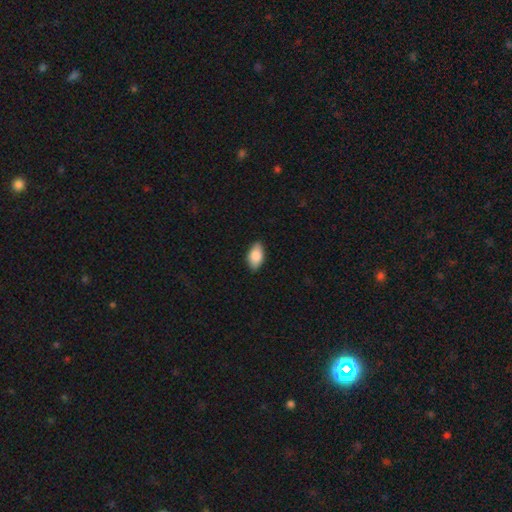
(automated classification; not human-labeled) Smooth or featured: smooth — 84% (featured or disk — 9%)
How rounded: in between — 93% (round — 4%)
Merging: none — 86% (minor disturbance — 11%)